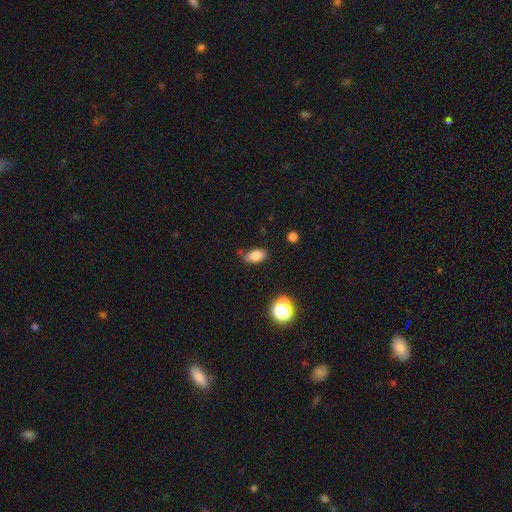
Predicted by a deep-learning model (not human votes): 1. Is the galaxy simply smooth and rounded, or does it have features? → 82% smooth, 11% star or artifact, 7% featured or disk.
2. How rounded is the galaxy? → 89% in between, 7% round, 4% cigar-shaped.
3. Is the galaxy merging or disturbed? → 71% none, 21% minor disturbance, 4% major disturbance, 4% merger.